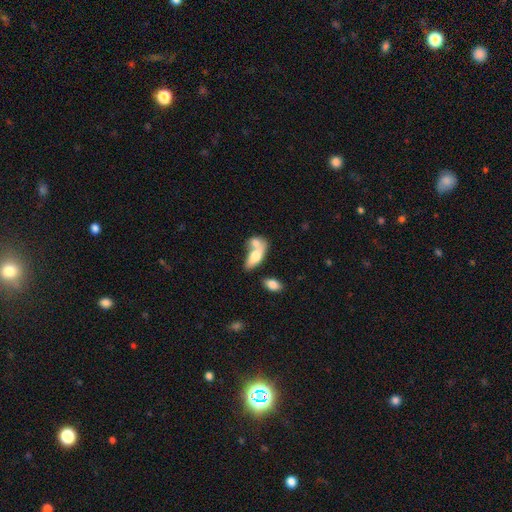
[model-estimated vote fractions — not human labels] Q: Smooth or featured?
A: smooth (70%); runner-up: featured or disk (24%)
Q: How rounded?
A: in between (83%); runner-up: cigar-shaped (11%)
Q: Merging?
A: merger (64%); runner-up: none (21%)